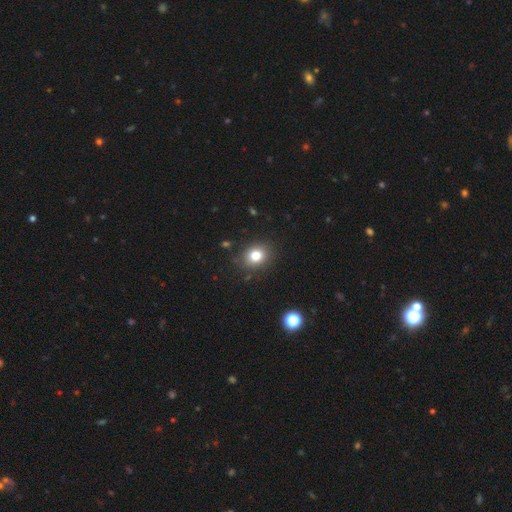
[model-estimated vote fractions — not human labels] Smooth or featured?
  - smooth: 79% *
  - star or artifact: 12%
  - featured or disk: 9%
How rounded?
  - round: 62% *
  - in between: 37%
  - cigar-shaped: 1%
Merging?
  - none: 86% *
  - minor disturbance: 9%
  - major disturbance: 3%
  - merger: 2%